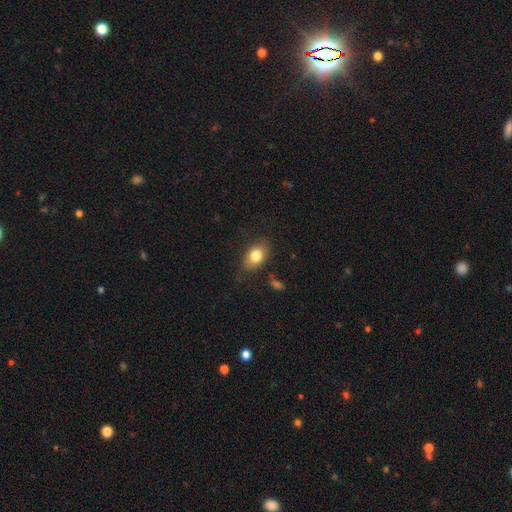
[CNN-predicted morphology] A smooth galaxy with no disk features (80%) that is in between round and cigar-shaped (77%). Merging: none (73%).